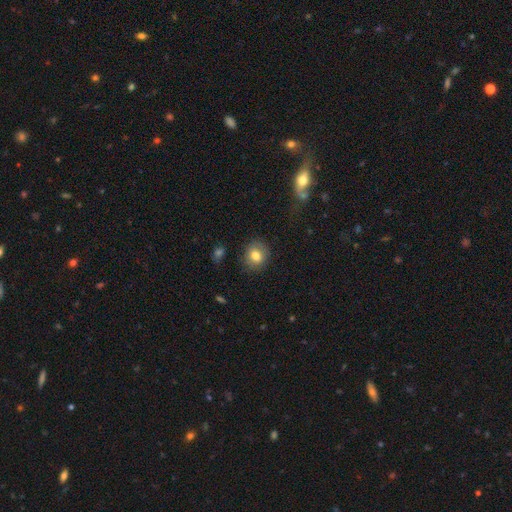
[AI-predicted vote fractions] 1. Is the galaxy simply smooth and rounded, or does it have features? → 78% smooth, 12% featured or disk, 10% star or artifact.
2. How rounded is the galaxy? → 75% round, 24% in between, 1% cigar-shaped.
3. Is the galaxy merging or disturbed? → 84% none, 12% minor disturbance, 3% major disturbance, 1% merger.